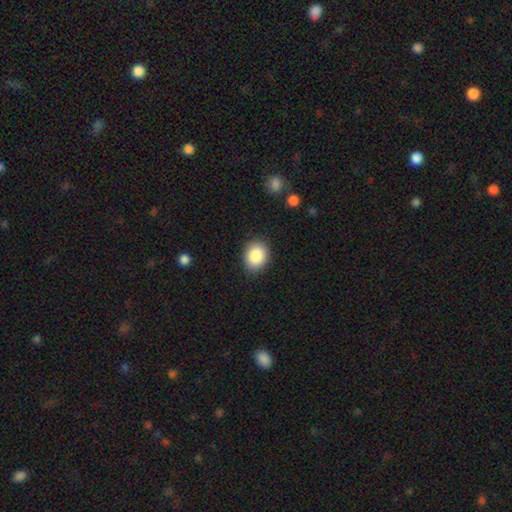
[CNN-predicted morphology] This appears to be a smooth galaxy with no disk features (88%) that is round (52%). Merging: none (88%).